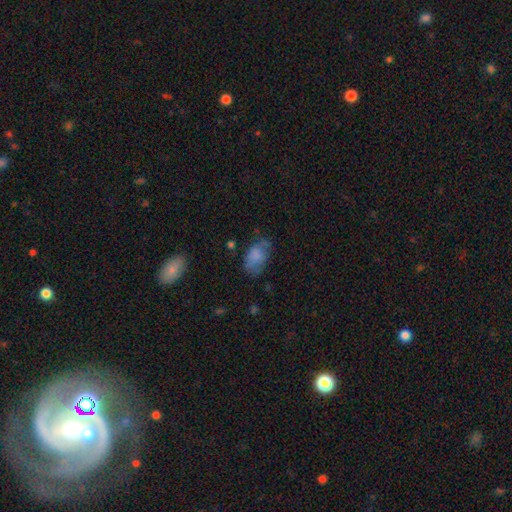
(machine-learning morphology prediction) This is likely a smooth galaxy (72%). How rounded: clearly in between (89%). Merging: possibly none (47%).